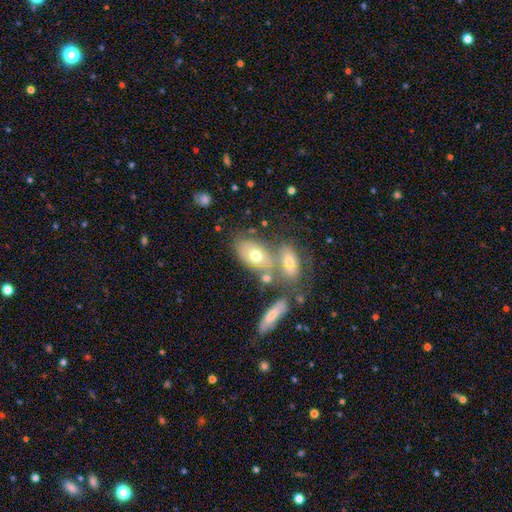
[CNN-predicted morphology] A smooth galaxy with no disk features (59%) that is in between round and cigar-shaped (85%).

Vote fractions:
- Smooth or featured? smooth: 59% / featured or disk: 30% / star or artifact: 11%
- How rounded? in between: 85% / round: 12% / cigar-shaped: 3%
- Merging? none: 40% / merger: 38% / minor disturbance: 15% / major disturbance: 8%